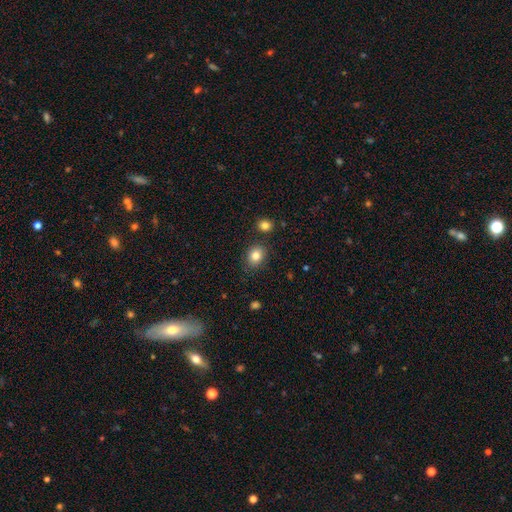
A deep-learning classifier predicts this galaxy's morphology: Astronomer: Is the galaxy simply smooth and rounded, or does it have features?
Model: smooth — 83%.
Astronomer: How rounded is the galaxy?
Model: round — 59% (runner-up: in between, 40%).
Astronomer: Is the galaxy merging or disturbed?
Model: none — 82%.